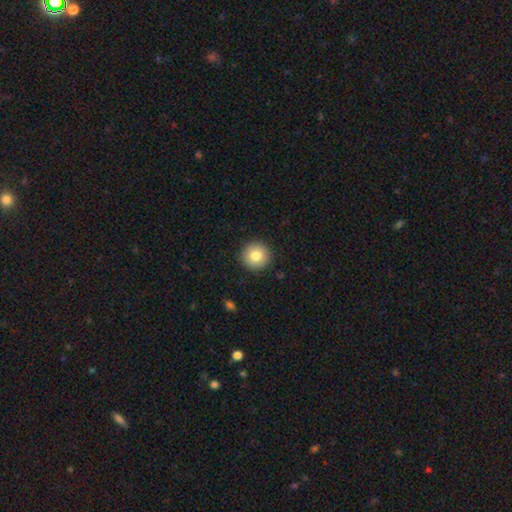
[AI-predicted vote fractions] smooth 81%, featured or disk 10%, star or artifact 9%. Down the decision tree: how rounded — round (95%); merging — none (92%).